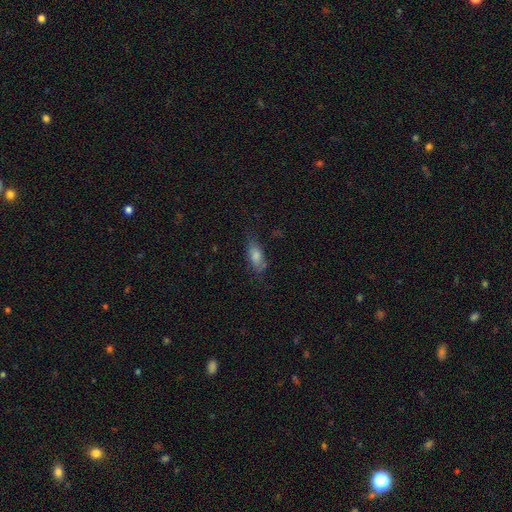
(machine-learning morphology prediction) Overall: smooth (66%). How rounded: in between (69%). Merging: none (68%).